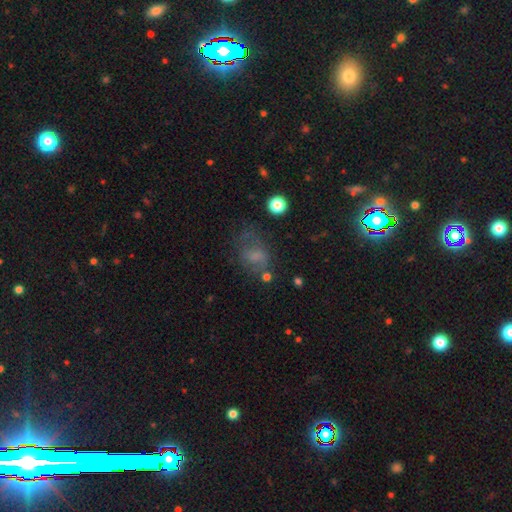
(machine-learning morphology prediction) This appears to be a smooth galaxy with no disk features (50%) that is in between round and cigar-shaped (68%). Merging: none (48%).